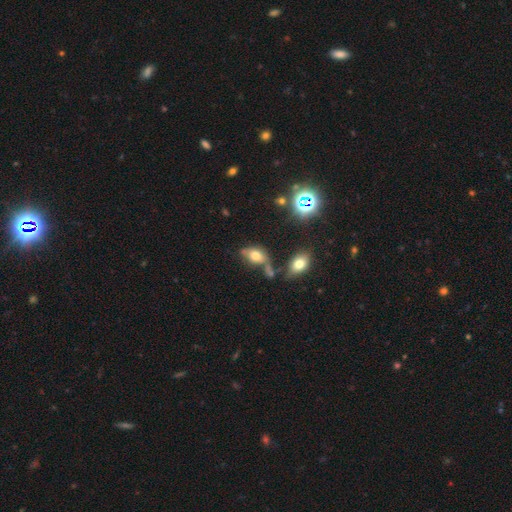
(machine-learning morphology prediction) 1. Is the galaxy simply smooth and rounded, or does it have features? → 66% smooth, 18% featured or disk, 16% star or artifact.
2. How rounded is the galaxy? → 81% in between, 16% round, 4% cigar-shaped.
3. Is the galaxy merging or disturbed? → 39% none, 26% merger, 21% minor disturbance, 14% major disturbance.